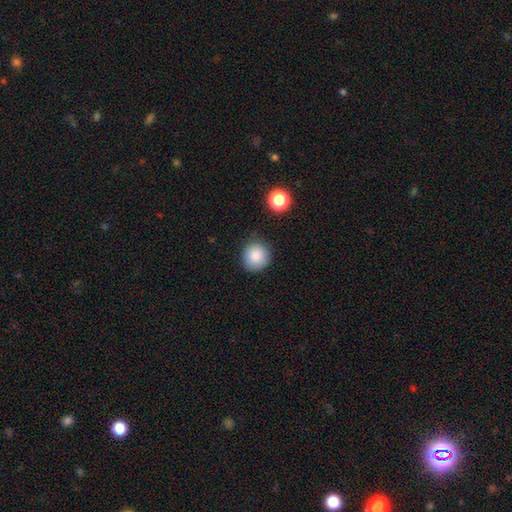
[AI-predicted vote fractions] smooth 85%, star or artifact 9%, featured or disk 5%. Down the decision tree: how rounded — round (91%); merging — none (85%).